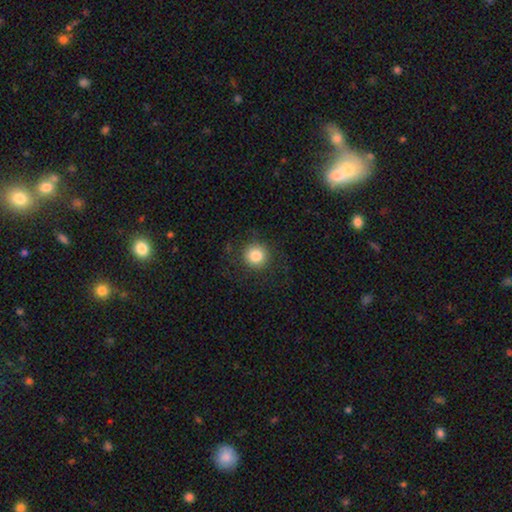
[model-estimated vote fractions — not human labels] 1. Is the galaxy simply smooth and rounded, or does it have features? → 84% smooth, 11% star or artifact, 6% featured or disk.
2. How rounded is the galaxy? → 95% round, 4% in between, 1% cigar-shaped.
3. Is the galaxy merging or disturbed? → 88% none, 8% minor disturbance, 3% major disturbance, 1% merger.